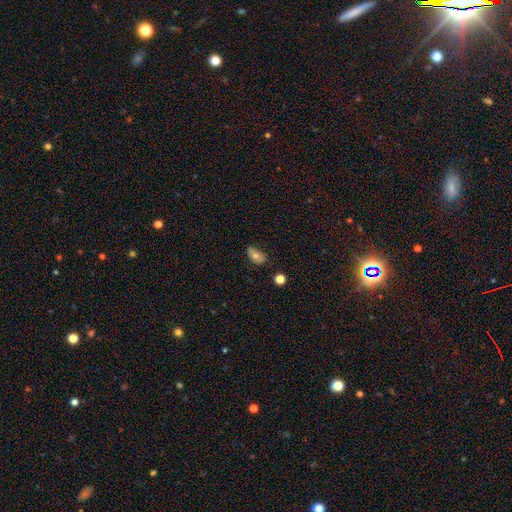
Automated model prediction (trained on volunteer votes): Q: Smooth or featured?
A: smooth (69%); runner-up: featured or disk (21%)
Q: How rounded?
A: in between (87%); runner-up: round (9%)
Q: Merging?
A: none (58%); runner-up: minor disturbance (32%)